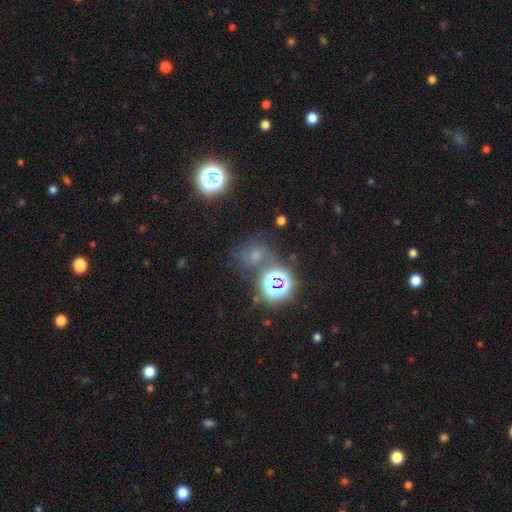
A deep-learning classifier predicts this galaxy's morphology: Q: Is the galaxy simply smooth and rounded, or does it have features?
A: star or artifact — 40%.